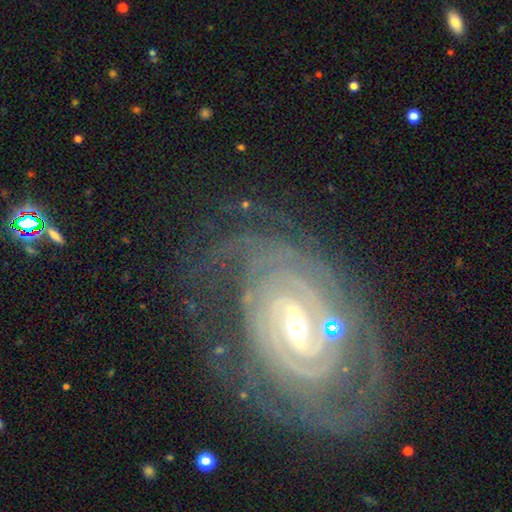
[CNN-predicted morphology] Overall: featured or disk (90%). Edge-on disk: no (96%). Bar: strong (41%; weak 40%). Spiral arms: yes (98%). Spiral arm count: 2 (25%; can't tell 24%). Spiral winding: tight (80%). Bulge size: small (49%; moderate 47%). Merging: none (67%).